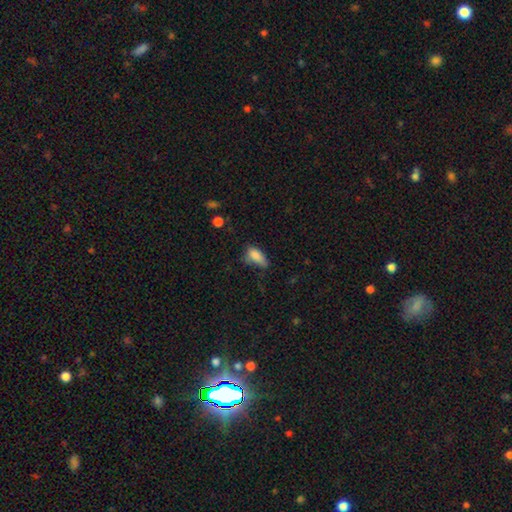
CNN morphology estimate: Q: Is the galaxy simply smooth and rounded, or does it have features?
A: smooth — 83%.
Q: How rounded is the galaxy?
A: in between — 84%.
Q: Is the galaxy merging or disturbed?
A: none — 40%.